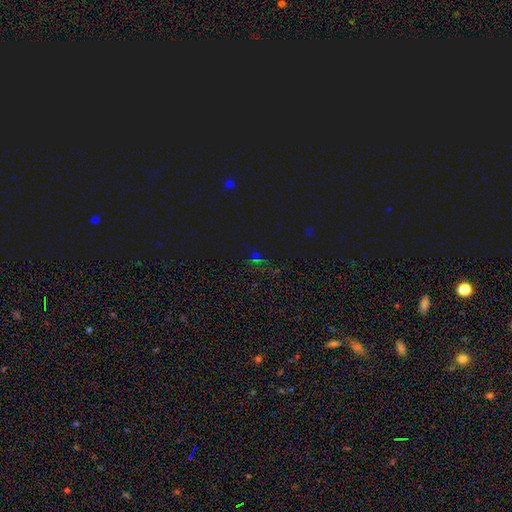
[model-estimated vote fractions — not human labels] Smooth or featured: star or artifact — 70% (smooth — 21%)